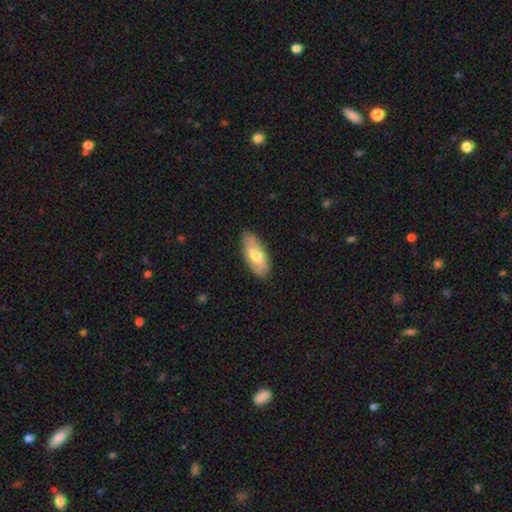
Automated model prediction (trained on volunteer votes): A smooth galaxy with no disk features (69%) that is in between round and cigar-shaped (87%). Merging: none (81%).